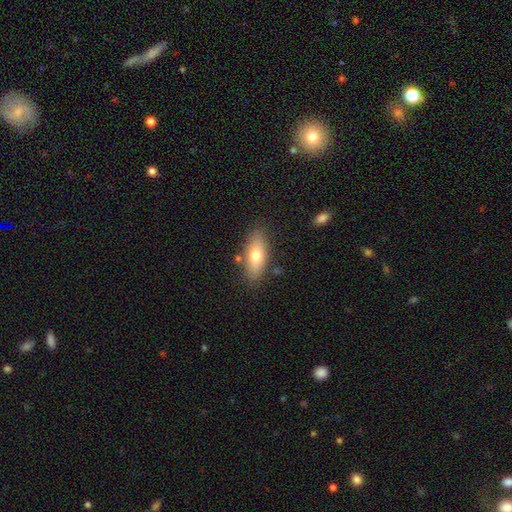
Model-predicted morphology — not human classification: Smooth or featured: smooth — 72% (featured or disk — 21%)
How rounded: in between — 75% (cigar-shaped — 22%)
Merging: none — 81% (minor disturbance — 12%)